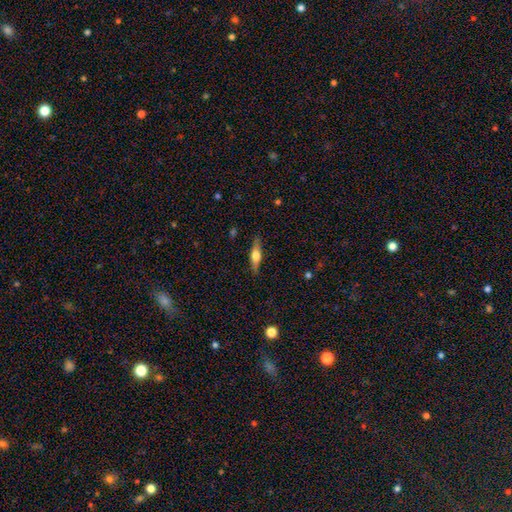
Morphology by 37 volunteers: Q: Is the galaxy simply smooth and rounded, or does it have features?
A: featured or disk — 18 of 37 (49%).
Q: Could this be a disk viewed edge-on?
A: yes — 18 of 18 (100%).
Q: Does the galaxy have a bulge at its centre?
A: rounded — 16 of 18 (89%).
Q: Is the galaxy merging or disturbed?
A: none — 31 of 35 (89%).